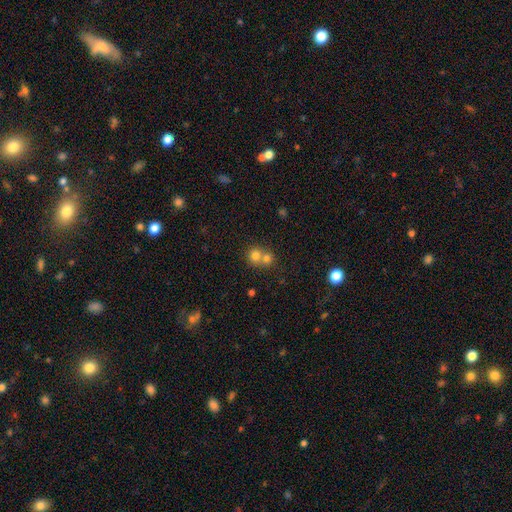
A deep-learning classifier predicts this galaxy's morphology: type=smooth (74%); roundness=round (83%); merging=merger (57%).